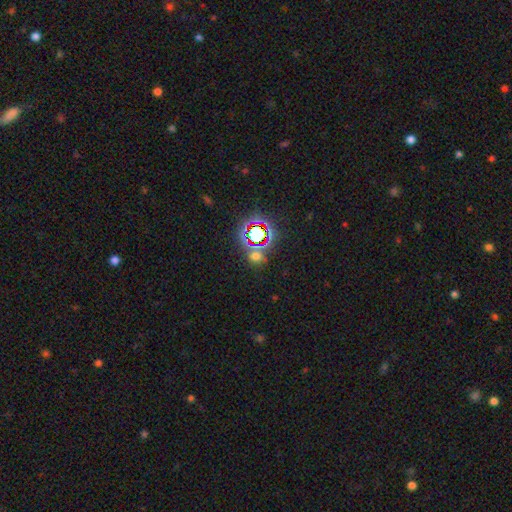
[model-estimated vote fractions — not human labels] This is possibly a star or artifact rather than a galaxy (51%).